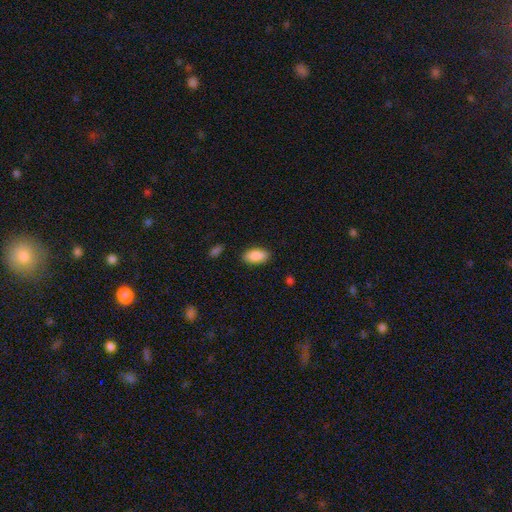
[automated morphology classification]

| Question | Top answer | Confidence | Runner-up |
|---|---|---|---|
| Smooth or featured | smooth | 89% | star or artifact (7%) |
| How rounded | in between | 93% | cigar-shaped (4%) |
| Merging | none | 87% | minor disturbance (9%) |